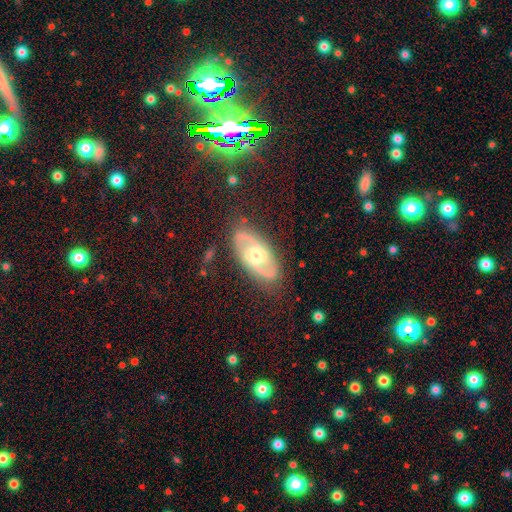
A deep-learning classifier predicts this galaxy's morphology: smooth_or_featured: featured or disk (p=0.84) [alt: smooth p=0.10]
disk_edge_on: no (p=0.95) [alt: yes p=0.05]
bar: no (p=0.43) [alt: weak p=0.42]
has_spiral_arms: yes (p=0.93) [alt: no p=0.07]
spiral_winding: medium (p=0.52) [alt: tight p=0.31]
spiral_arm_count: 2 (p=0.90) [alt: can't tell p=0.05]
bulge_size: moderate (p=0.66) [alt: small p=0.23]
merging: none (p=0.84) [alt: minor disturbance p=0.11]